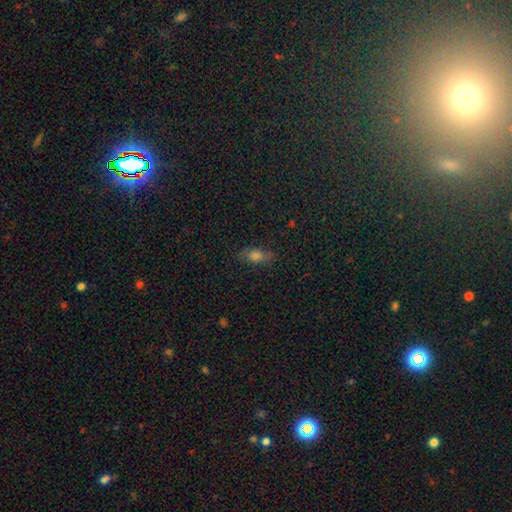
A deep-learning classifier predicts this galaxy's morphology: smooth 71%, featured or disk 15%, star or artifact 15%. Down the decision tree: how rounded — in between (76%); merging — none (81%).